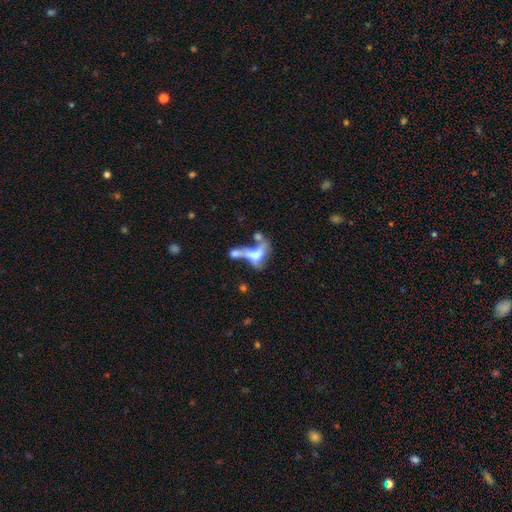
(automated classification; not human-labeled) Q: Smooth or featured?
A: featured or disk (45%); runner-up: smooth (42%)
Q: Merging?
A: merger (58%); runner-up: major disturbance (22%)